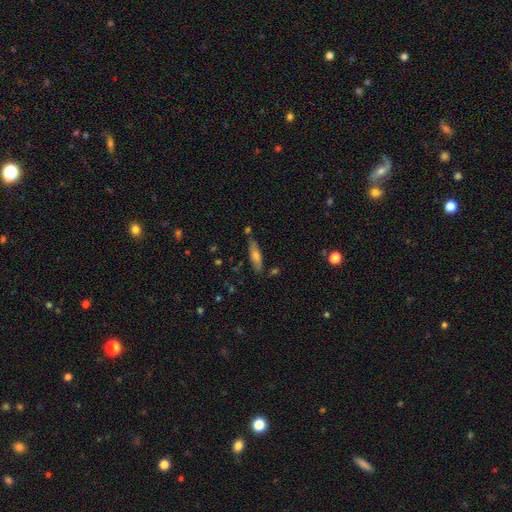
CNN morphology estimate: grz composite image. It shows a smooth galaxy with no disk features (58%) that is cigar-shaped (59%). Merging: none (75%).